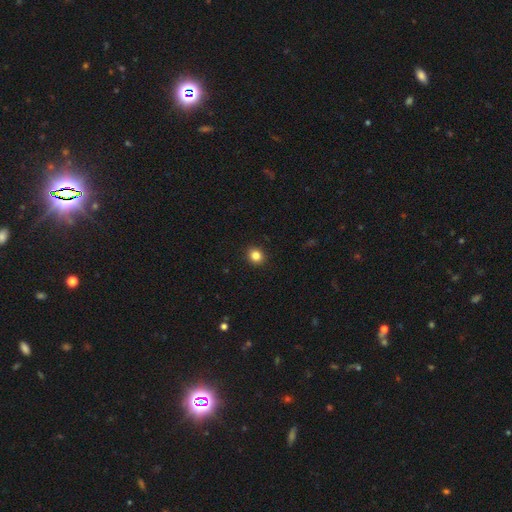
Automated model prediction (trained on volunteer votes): This is clearly a smooth galaxy (84%). How rounded: clearly round (83%). Merging: clearly none (92%).